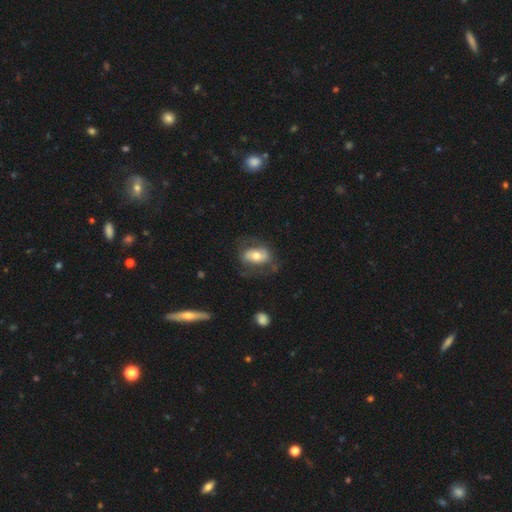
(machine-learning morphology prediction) type=smooth (50%); merging=none (62%).